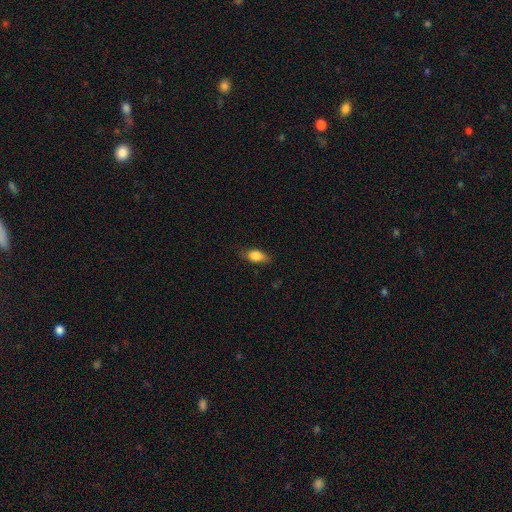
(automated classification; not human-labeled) This is clearly a smooth galaxy (81%). How rounded: clearly in between (82%). Merging: likely none (71%).